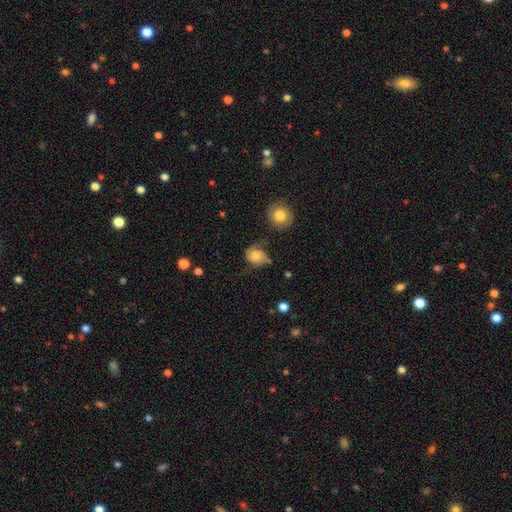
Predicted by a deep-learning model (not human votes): The model was most divided on "merging": none: 38%, minor disturbance: 32%, major disturbance: 25%, merger: 5%. More confident: how rounded — round (60%); smooth or featured — smooth (56%).